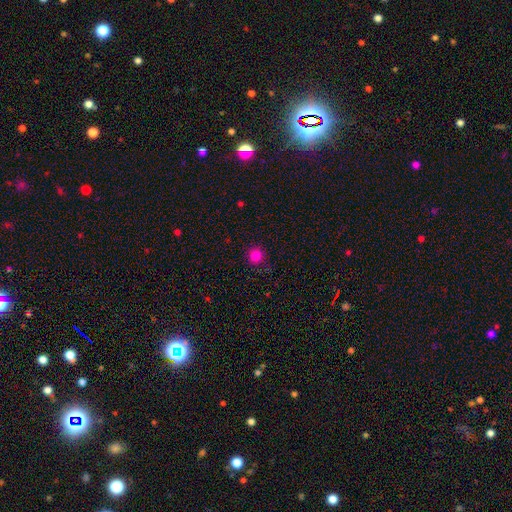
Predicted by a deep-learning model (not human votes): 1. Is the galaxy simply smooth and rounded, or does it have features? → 83% smooth, 13% star or artifact, 4% featured or disk.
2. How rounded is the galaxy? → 93% round, 6% in between, 1% cigar-shaped.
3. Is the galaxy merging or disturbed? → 87% none, 9% minor disturbance, 3% major disturbance, 1% merger.